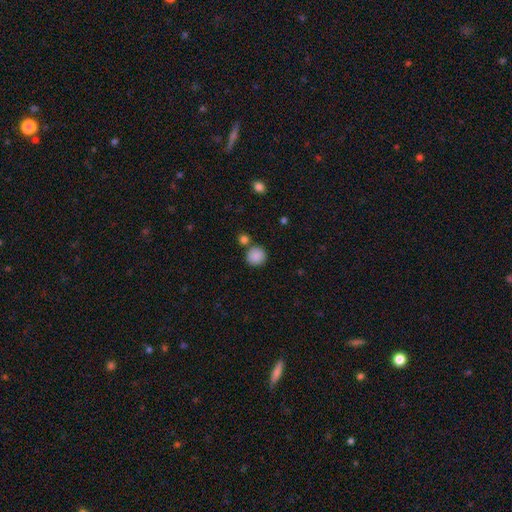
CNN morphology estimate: Overall: smooth (88%). How rounded: round (92%). Merging: none (78%).